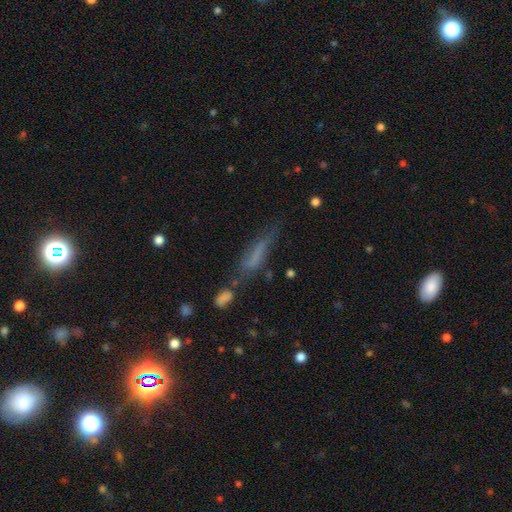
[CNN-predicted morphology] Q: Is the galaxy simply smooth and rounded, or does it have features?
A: smooth — 56%.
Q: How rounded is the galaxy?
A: cigar-shaped — 73%.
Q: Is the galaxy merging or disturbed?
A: none — 47%.